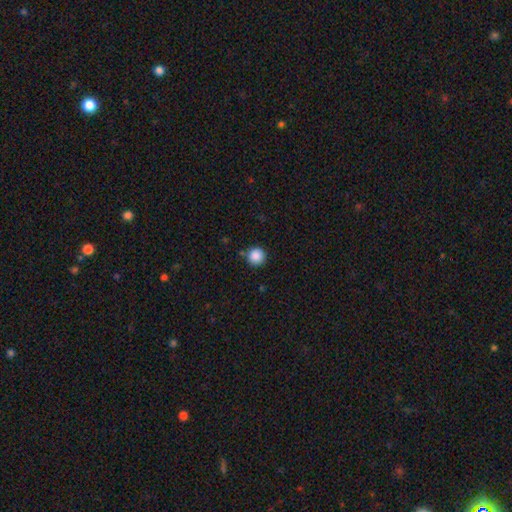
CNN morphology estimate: Overall: smooth (87%). How rounded: round (96%). Merging: none (88%).